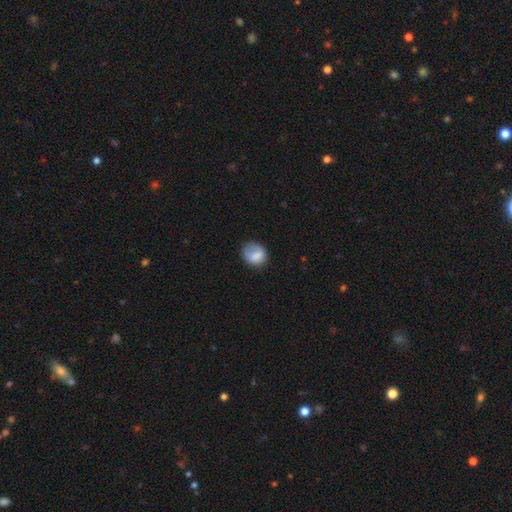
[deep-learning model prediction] Smooth or featured? Predicted: smooth (p=0.78). How rounded? Predicted: round (p=0.68). Merging? Predicted: none (p=0.60).